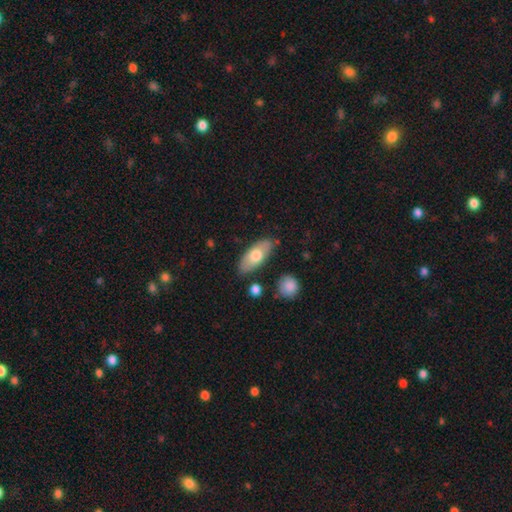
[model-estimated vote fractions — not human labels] smooth-or-featured: smooth: 68% | featured or disk: 27% | star or artifact: 6%
  how-rounded: in between: 84% | cigar-shaped: 13% | round: 3%
  merging: none: 80% | minor disturbance: 13% | merger: 4% | major disturbance: 3%